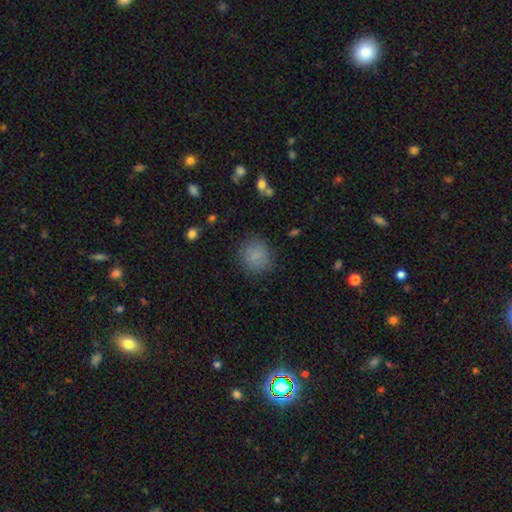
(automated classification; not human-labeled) smooth-or-featured: smooth: 83% | star or artifact: 10% | featured or disk: 7%
  how-rounded: round: 84% | in between: 15% | cigar-shaped: 1%
  merging: none: 84% | minor disturbance: 11% | major disturbance: 4% | merger: 1%